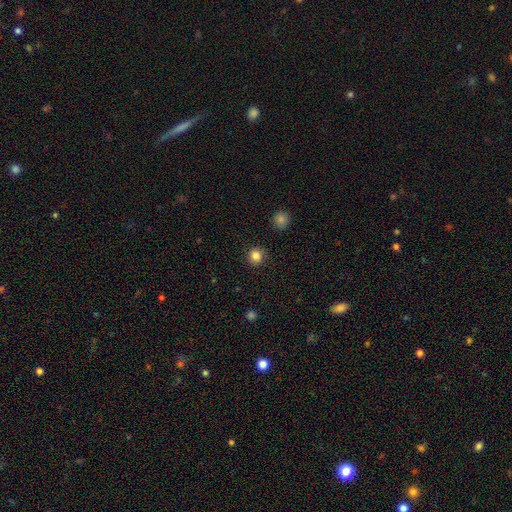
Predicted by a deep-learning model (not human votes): This is clearly a smooth galaxy (84%). How rounded: clearly round (93%). Merging: clearly none (91%).